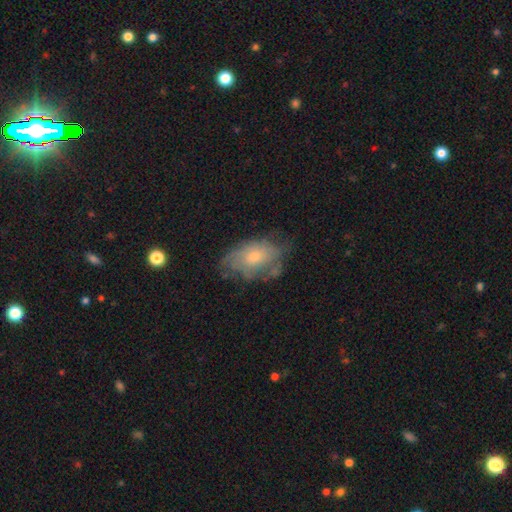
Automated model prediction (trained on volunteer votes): smooth_or_featured: featured or disk (p=0.51) [alt: smooth p=0.41]
disk_edge_on: no (p=0.93) [alt: yes p=0.07]
merging: none (p=0.54) [alt: minor disturbance p=0.29]